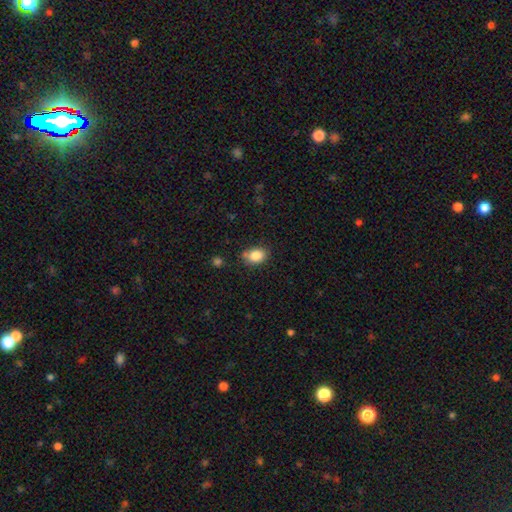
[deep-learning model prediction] Smooth or featured? Predicted: smooth (p=0.85). How rounded? Predicted: in between (p=0.69). Merging? Predicted: none (p=0.73).